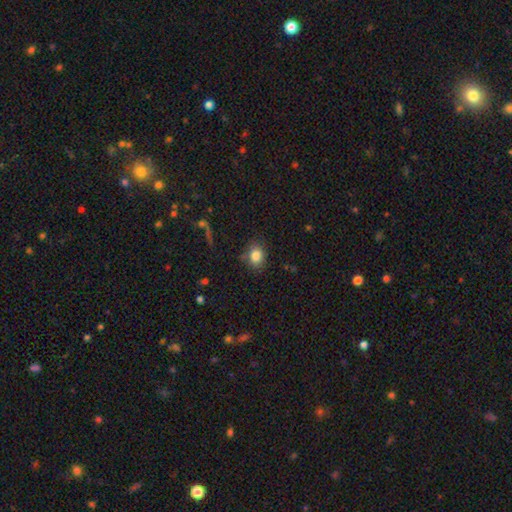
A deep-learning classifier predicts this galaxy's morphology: type=smooth (84%); roundness=round (50%); merging=none (79%).